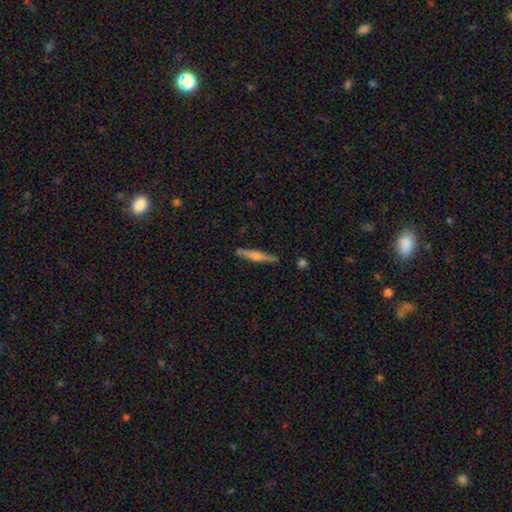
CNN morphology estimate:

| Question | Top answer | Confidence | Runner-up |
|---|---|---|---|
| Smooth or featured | featured or disk | 66% | smooth (28%) |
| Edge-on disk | yes | 97% | no (3%) |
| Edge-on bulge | rounded | 81% | boxy (10%) |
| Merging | none | 90% | minor disturbance (7%) |